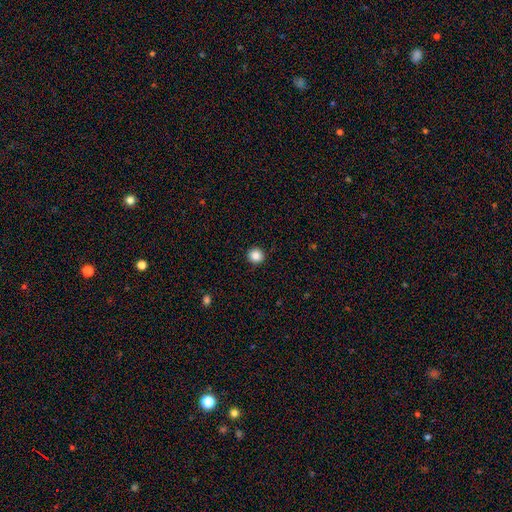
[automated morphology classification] Q: Smooth or featured?
A: smooth (87%); runner-up: star or artifact (10%)
Q: How rounded?
A: round (94%); runner-up: in between (5%)
Q: Merging?
A: none (93%); runner-up: minor disturbance (5%)